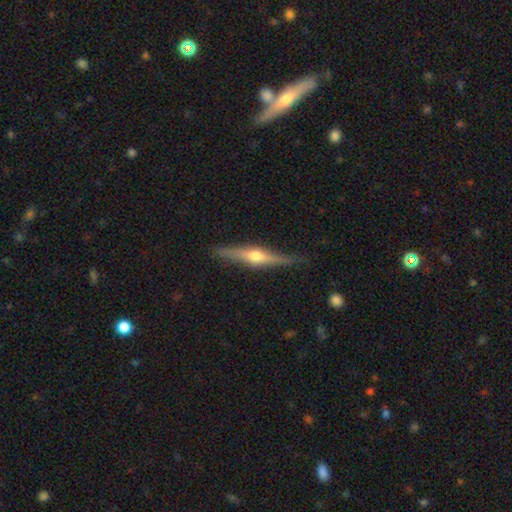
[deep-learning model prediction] A featured or disk galaxy (75%) viewed edge-on (97%) with a rounded central bulge (92%). Merging: none (86%).